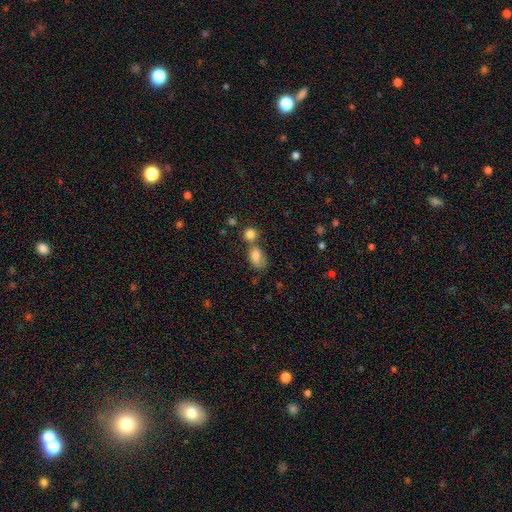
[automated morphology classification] This appears to be a smooth galaxy with no disk features (79%) that is in between round and cigar-shaped (77%). Merging: merger (42%).